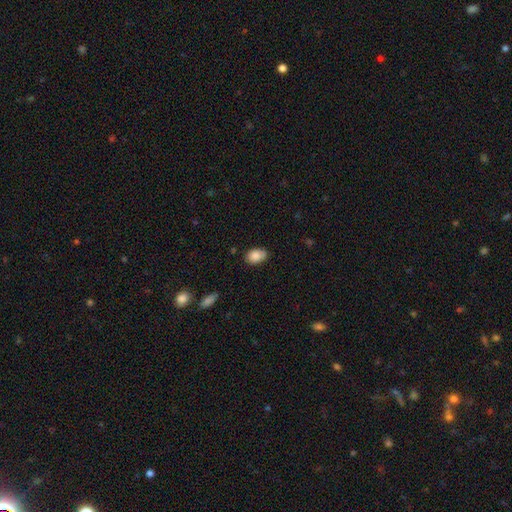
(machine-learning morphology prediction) The model was most divided on "merging": none: 78%, minor disturbance: 18%, major disturbance: 3%, merger: 1%. More confident: smooth or featured — smooth (88%); how rounded — in between (87%).